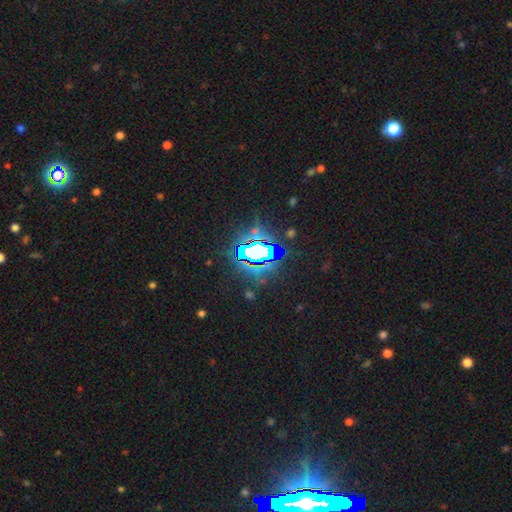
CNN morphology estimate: This appears to be a star or artifact, not a galaxy (69%).